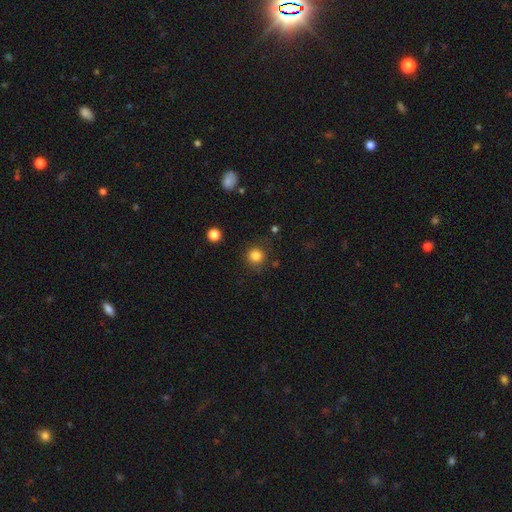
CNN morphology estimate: smooth-or-featured: smooth: 84% | star or artifact: 12% | featured or disk: 4%
  how-rounded: round: 91% | in between: 8% | cigar-shaped: 1%
  merging: none: 84% | minor disturbance: 10% | major disturbance: 4% | merger: 2%